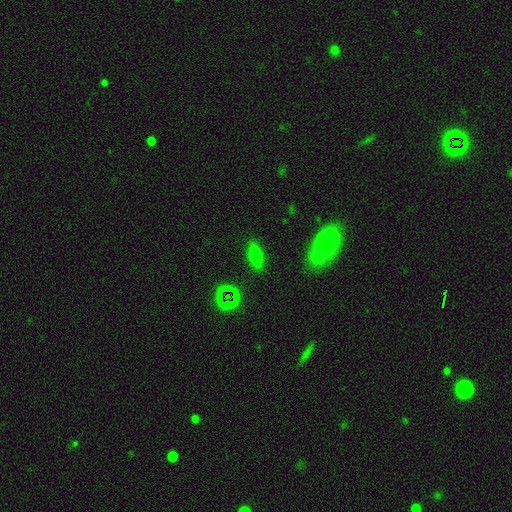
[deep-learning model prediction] Smooth or featured?
  - smooth: 73% *
  - star or artifact: 15%
  - featured or disk: 12%
How rounded?
  - in between: 65% *
  - cigar-shaped: 30%
  - round: 5%
Merging?
  - none: 84% *
  - minor disturbance: 11%
  - major disturbance: 3%
  - merger: 2%